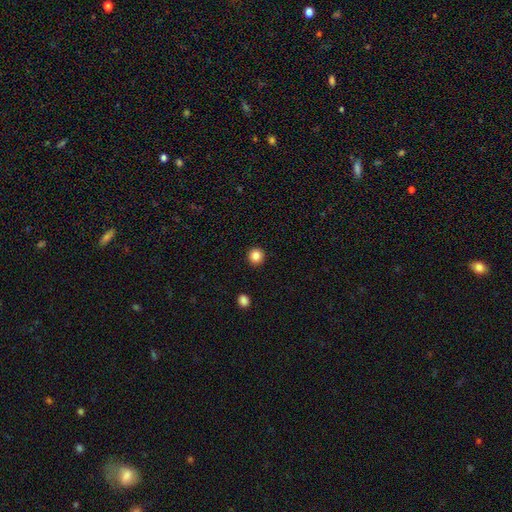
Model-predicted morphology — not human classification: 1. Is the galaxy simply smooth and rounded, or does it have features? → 85% smooth, 11% star or artifact, 4% featured or disk.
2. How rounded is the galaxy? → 95% round, 4% in between, 1% cigar-shaped.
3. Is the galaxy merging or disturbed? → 93% none, 4% minor disturbance, 2% major disturbance, 1% merger.